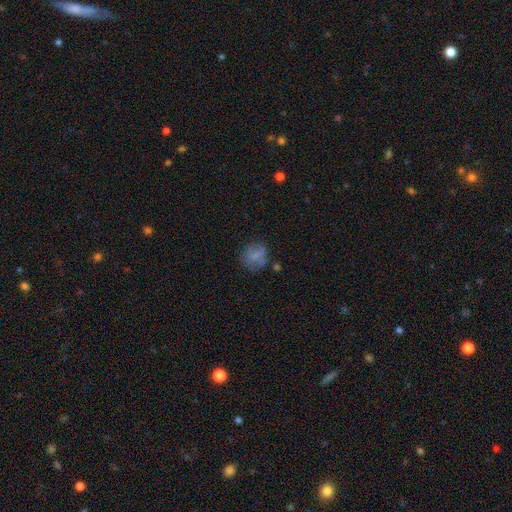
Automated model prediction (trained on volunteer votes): A smooth galaxy with no disk features (65%) that is round (74%). Merging: none (58%).